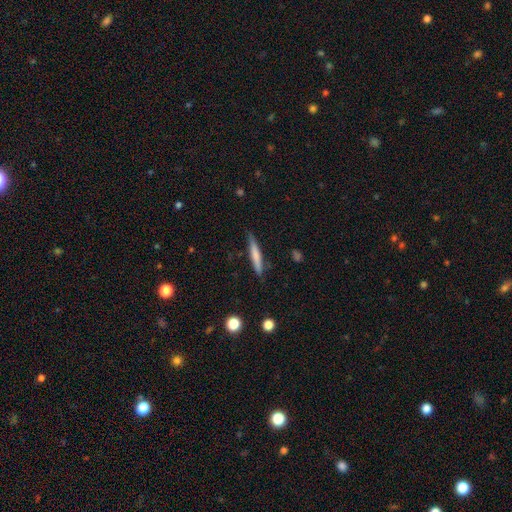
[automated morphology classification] Q: Smooth or featured?
A: smooth (67%); runner-up: featured or disk (27%)
Q: How rounded?
A: cigar-shaped (94%); runner-up: in between (5%)
Q: Merging?
A: none (83%); runner-up: minor disturbance (13%)